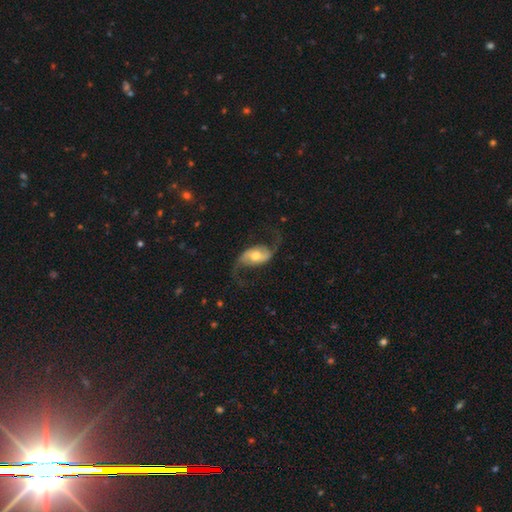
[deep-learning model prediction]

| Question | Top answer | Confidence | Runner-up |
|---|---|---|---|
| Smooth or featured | featured or disk | 85% | smooth (9%) |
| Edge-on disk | no | 96% | yes (4%) |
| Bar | no | 39% | weak (38%) |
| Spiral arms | yes | 95% | no (5%) |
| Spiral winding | loose | 81% | medium (15%) |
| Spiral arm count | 2 | 94% | 1 (2%) |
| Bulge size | moderate | 67% | small (20%) |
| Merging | none | 71% | major disturbance (14%) |